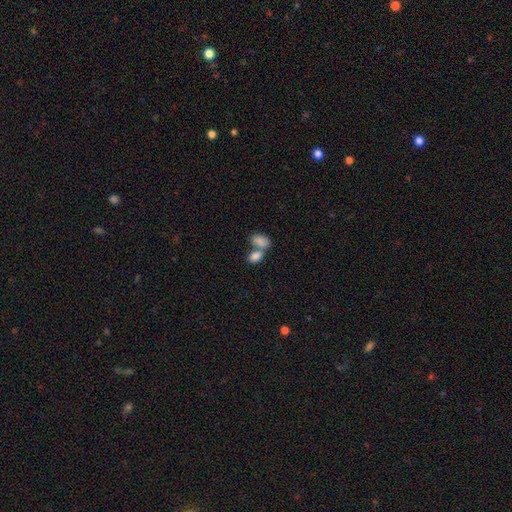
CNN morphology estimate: smooth 84%, featured or disk 8%, star or artifact 8%. Down the decision tree: how rounded — in between (90%); merging — merger (60%).